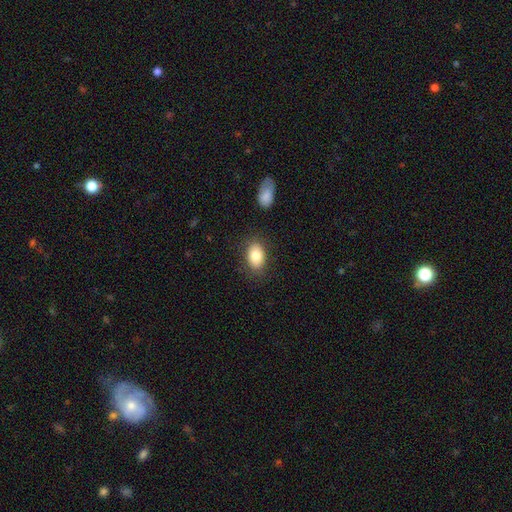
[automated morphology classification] A smooth galaxy with no disk features (82%) that is in between round and cigar-shaped (85%).

Vote fractions:
- Smooth or featured? smooth: 82% / featured or disk: 10% / star or artifact: 8%
- How rounded? in between: 85% / round: 14% / cigar-shaped: 1%
- Merging? none: 83% / minor disturbance: 11% / major disturbance: 3% / merger: 2%